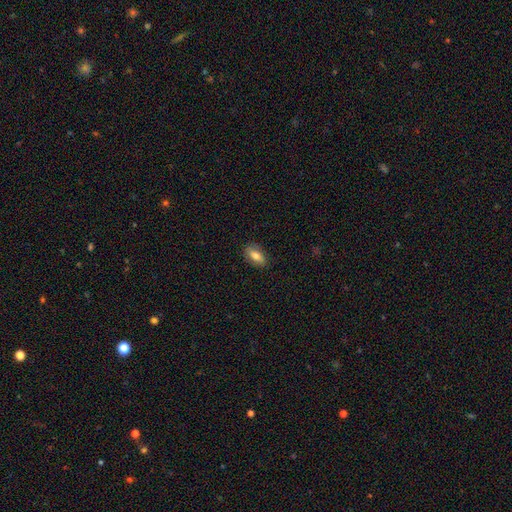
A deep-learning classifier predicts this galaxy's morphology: Smooth or featured? smooth (75%)
How rounded? in between (85%)
Merging? none (84%)